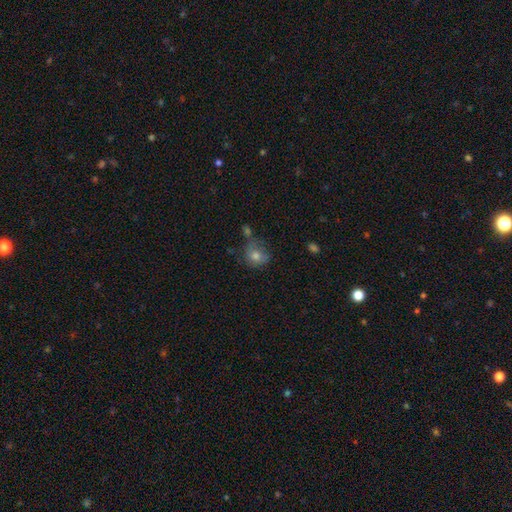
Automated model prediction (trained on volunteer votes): Smooth or featured?
  - smooth: 68% *
  - featured or disk: 17%
  - star or artifact: 15%
How rounded?
  - round: 74% *
  - in between: 24%
  - cigar-shaped: 1%
Merging?
  - none: 50% *
  - minor disturbance: 24%
  - merger: 14%
  - major disturbance: 12%